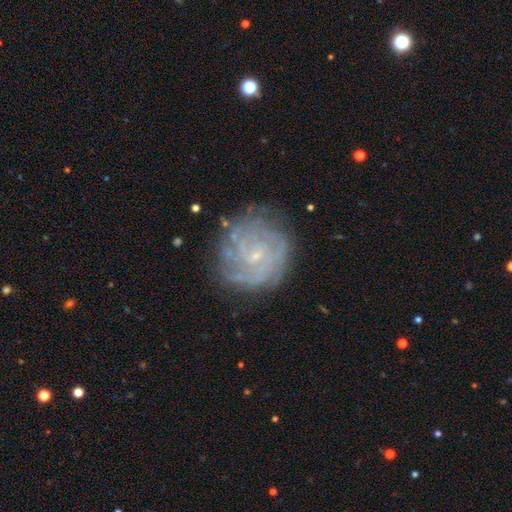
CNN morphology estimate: Smooth or featured? Predicted: featured or disk (p=0.80). Edge-on disk? Predicted: no (p=0.98). Bar? Predicted: no (p=0.57). Spiral arms? Predicted: yes (p=0.92). Spiral winding? Predicted: tight (p=0.72). Spiral arm count? Predicted: can't tell (p=0.40). Bulge size? Predicted: small (p=0.82). Merging? Predicted: none (p=0.75).